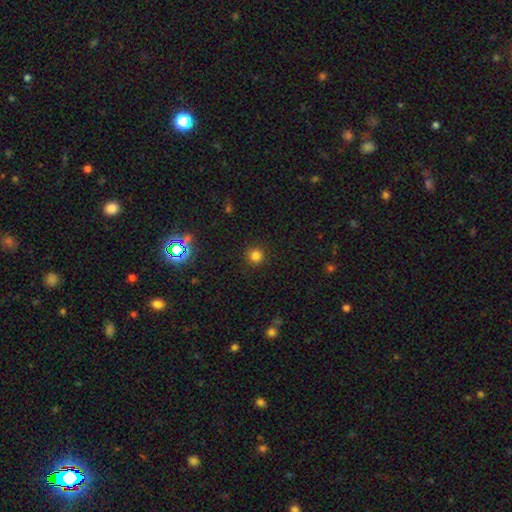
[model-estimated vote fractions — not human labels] This is clearly a smooth galaxy (81%). How rounded: clearly round (94%). Merging: clearly none (91%).